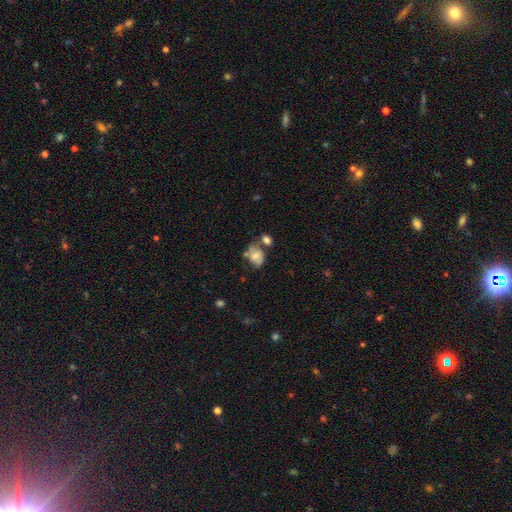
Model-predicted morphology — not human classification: Smooth or featured? Predicted: smooth (p=0.59). How rounded? Predicted: in between (p=0.68). Merging? Predicted: none (p=0.35).